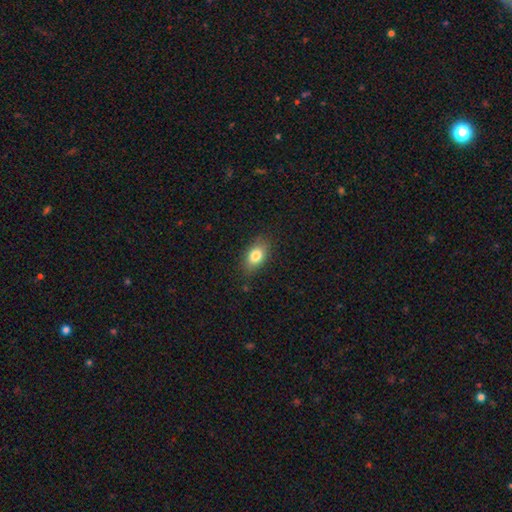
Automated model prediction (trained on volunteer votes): Smooth or featured: smooth — 80% (featured or disk — 11%)
How rounded: in between — 83% (round — 14%)
Merging: none — 81% (minor disturbance — 14%)